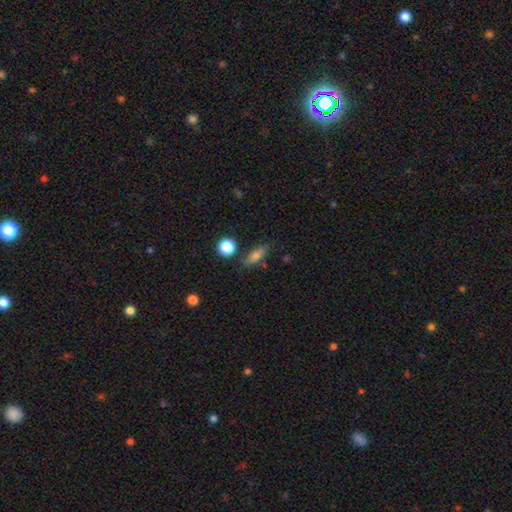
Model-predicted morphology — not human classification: type=smooth (75%); roundness=in between (67%); merging=none (77%).